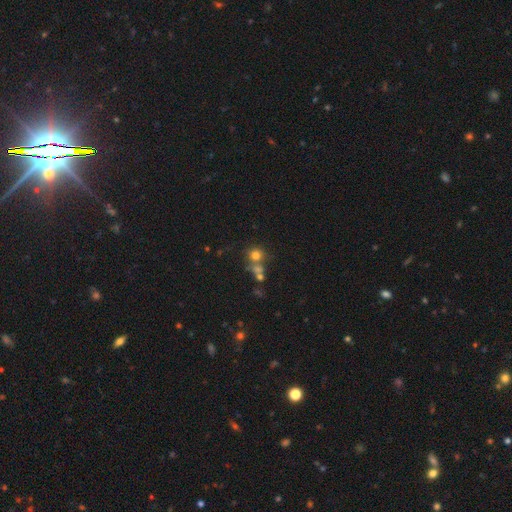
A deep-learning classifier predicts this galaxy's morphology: Smooth or featured: smooth — 70% (star or artifact — 18%)
How rounded: round — 87% (in between — 12%)
Merging: none — 55% (merger — 29%)